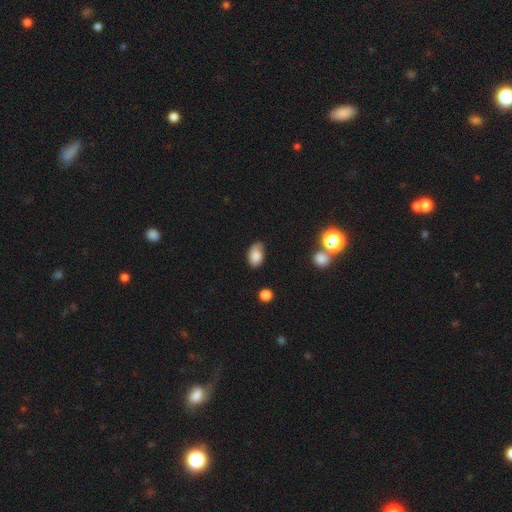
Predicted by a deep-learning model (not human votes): smooth-or-featured: smooth: 79% | featured or disk: 12% | star or artifact: 9%
  how-rounded: in between: 88% | round: 10% | cigar-shaped: 1%
  merging: none: 56% | minor disturbance: 33% | major disturbance: 8% | merger: 3%